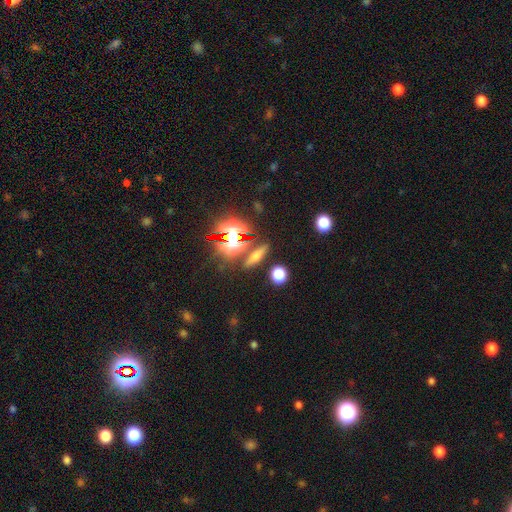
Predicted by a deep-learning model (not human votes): A smooth galaxy with no disk features (46%). Merging: none (82%).